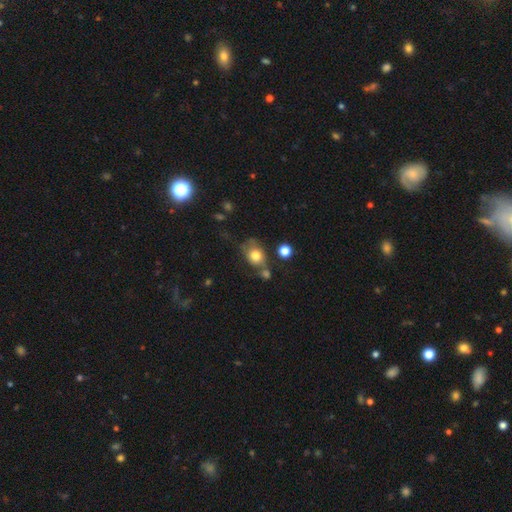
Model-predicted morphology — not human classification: Smooth or featured: smooth — 77% (featured or disk — 13%)
How rounded: round — 58% (in between — 41%)
Merging: none — 49% (minor disturbance — 22%)